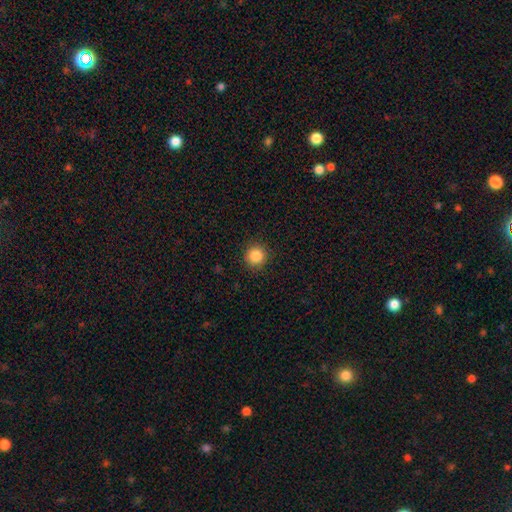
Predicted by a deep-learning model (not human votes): The model was most divided on "smooth or featured": smooth: 86%, star or artifact: 10%, featured or disk: 4%. More confident: how rounded — round (94%); merging — none (90%).